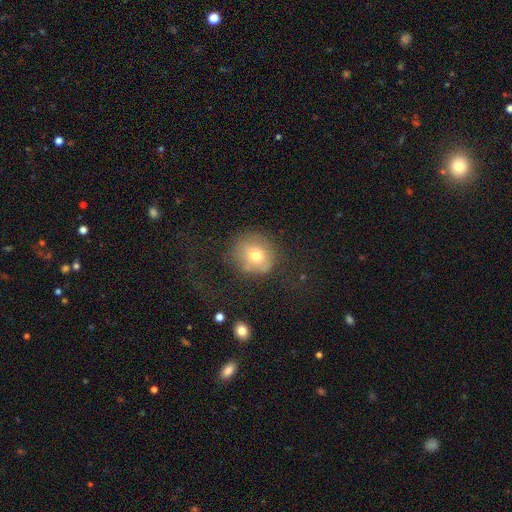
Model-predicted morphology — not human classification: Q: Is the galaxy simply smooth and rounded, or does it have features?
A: smooth — 69%.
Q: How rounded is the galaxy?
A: round — 82%.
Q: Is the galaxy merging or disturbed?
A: none — 63%.